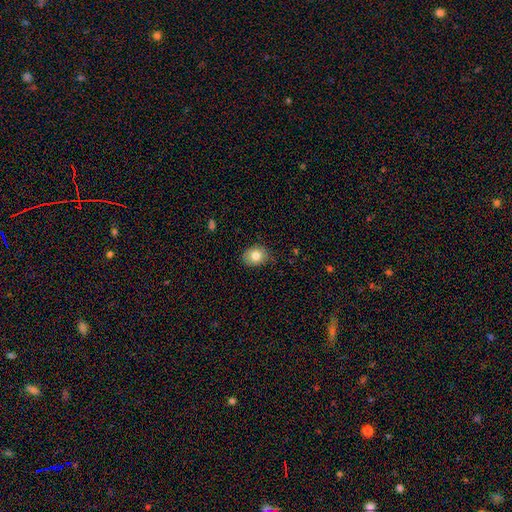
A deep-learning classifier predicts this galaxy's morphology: Overall: smooth (80%). How rounded: in between (51%; round 48%). Merging: none (81%).